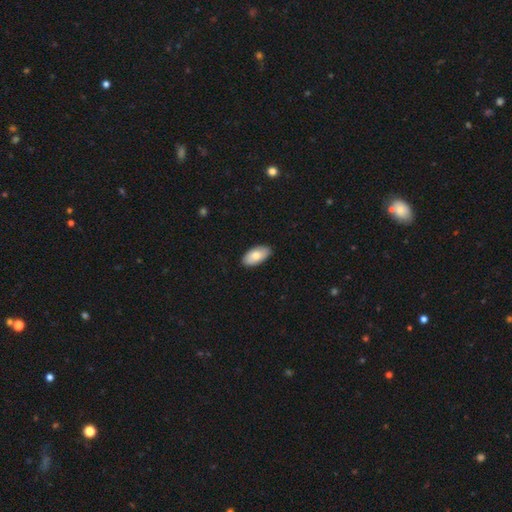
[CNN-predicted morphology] A smooth galaxy with no disk features (78%) that is in between round and cigar-shaped (95%).

Vote fractions:
- Smooth or featured? smooth: 78% / featured or disk: 16% / star or artifact: 6%
- How rounded? in between: 95% / round: 3% / cigar-shaped: 2%
- Merging? none: 87% / minor disturbance: 10% / major disturbance: 2% / merger: 1%